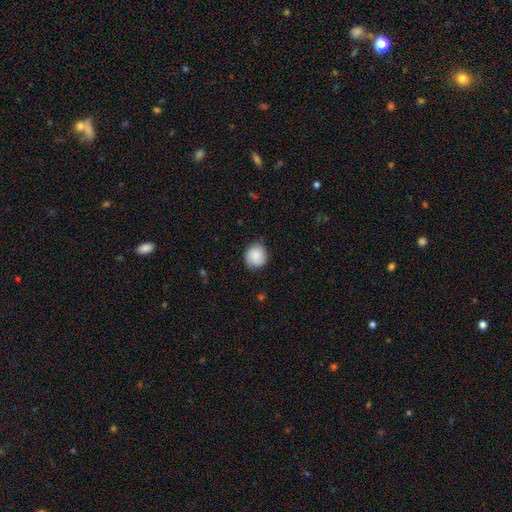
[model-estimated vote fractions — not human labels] Overall: smooth (85%). How rounded: round (85%). Merging: none (79%).